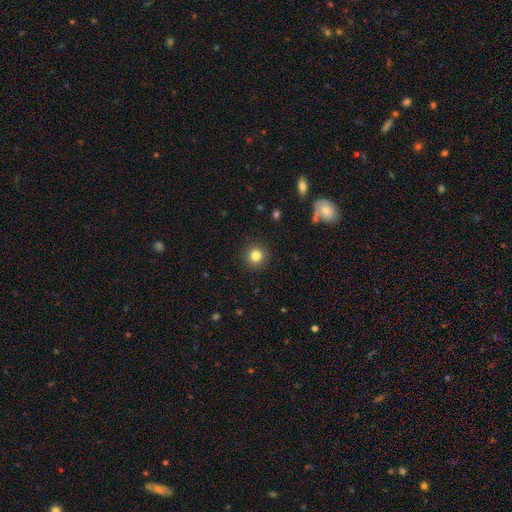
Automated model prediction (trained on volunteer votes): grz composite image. It shows a smooth galaxy with no disk features (83%) that is round (94%). Merging: none (91%).